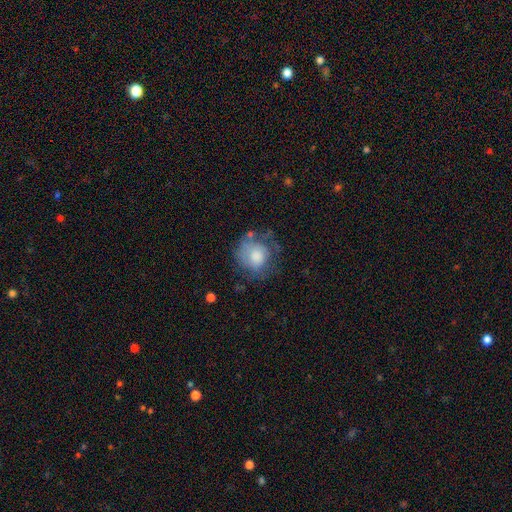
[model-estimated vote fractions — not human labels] Smooth or featured: smooth — 67% (featured or disk — 25%)
How rounded: round — 84% (in between — 15%)
Merging: none — 49% (minor disturbance — 27%)